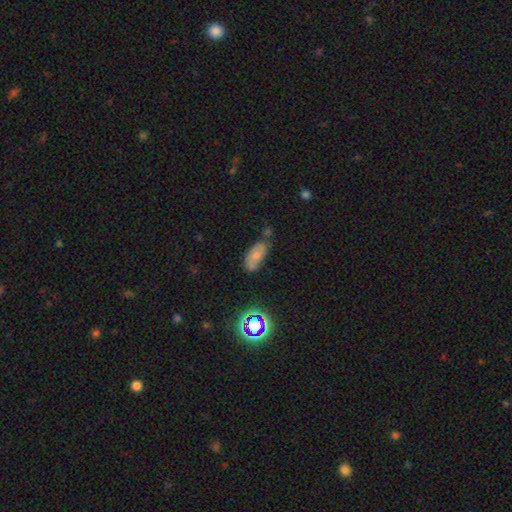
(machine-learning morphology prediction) smooth 59%, featured or disk 26%, star or artifact 16%. Down the decision tree: how rounded — in between (86%); merging — none (50%).